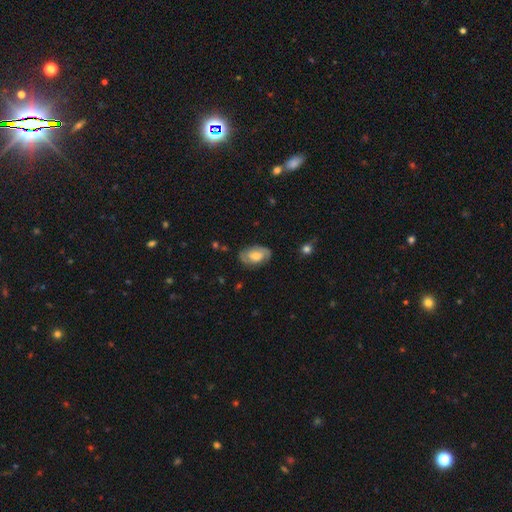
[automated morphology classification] This is possibly a featured or disk galaxy (52%). It is clearly not viewed edge-on (94%). Merging: likely none (77%).